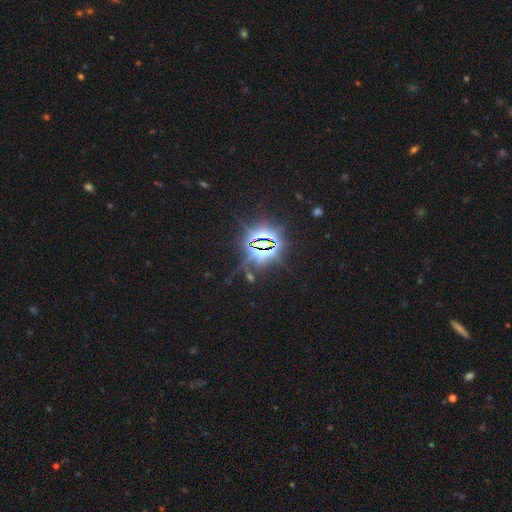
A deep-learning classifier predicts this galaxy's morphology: Smooth or featured? star or artifact (85%)